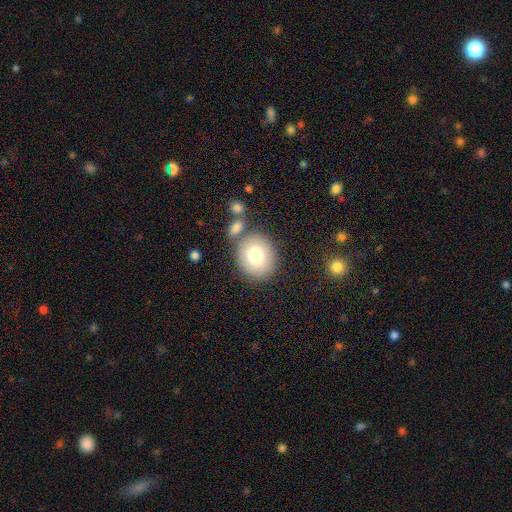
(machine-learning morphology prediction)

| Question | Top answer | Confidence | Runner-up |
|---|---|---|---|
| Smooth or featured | smooth | 77% | featured or disk (14%) |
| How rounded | round | 75% | in between (24%) |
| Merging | none | 75% | minor disturbance (10%) |